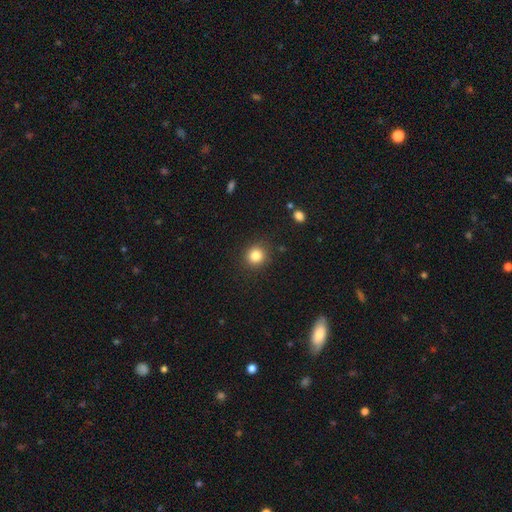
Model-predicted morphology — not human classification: This appears to be a smooth galaxy with no disk features (84%) that is round (90%). Merging: none (89%).